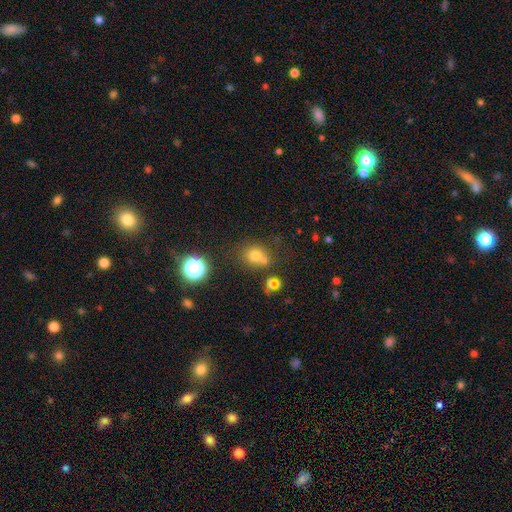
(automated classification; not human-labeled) A smooth galaxy with no disk features (72%) that is round (81%). Merging: none (59%).